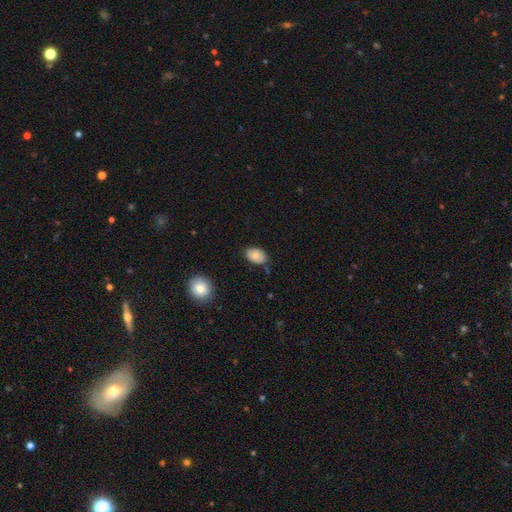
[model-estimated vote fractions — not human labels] This is likely a smooth galaxy (75%). How rounded: clearly in between (85%). Merging: likely none (74%).